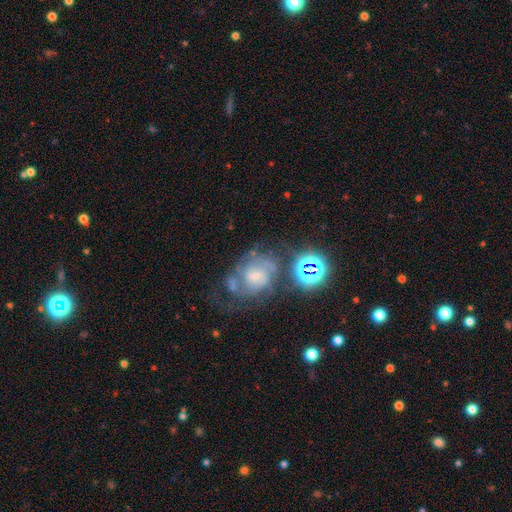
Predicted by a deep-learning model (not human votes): The model was most divided on "bulge size": small: 48%, moderate: 38%, none: 7%, large: 5%, dominant: 2%. Remaining: edge-on disk — no (96%); spiral arms — yes (85%); bar — no (68%); smooth or featured — featured or disk (64%); spiral winding — tight (53%); merging — none (50%); spiral arm count — can't tell (45%).